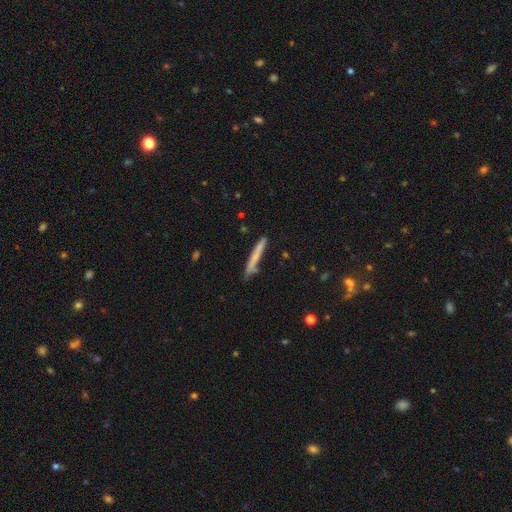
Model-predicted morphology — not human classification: Smooth or featured: smooth — 64% (featured or disk — 29%)
How rounded: cigar-shaped — 96% (in between — 2%)
Merging: none — 80% (minor disturbance — 15%)